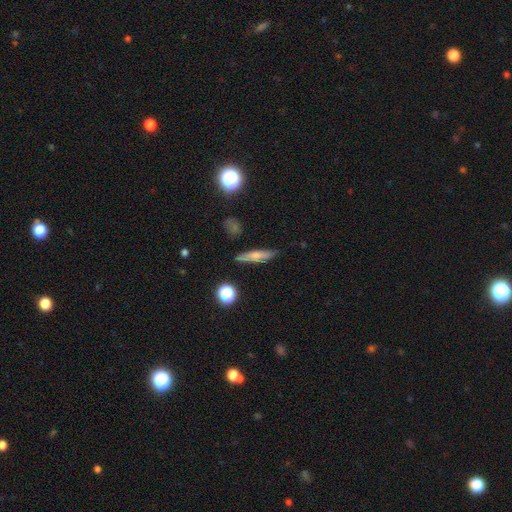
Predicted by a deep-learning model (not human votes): Overall: smooth (63%; featured or disk 28%). How rounded: cigar-shaped (78%). Merging: none (82%).